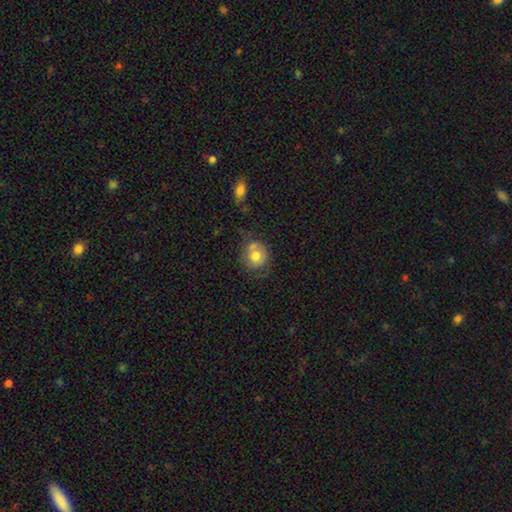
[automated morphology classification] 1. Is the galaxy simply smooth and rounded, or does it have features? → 73% smooth, 18% featured or disk, 9% star or artifact.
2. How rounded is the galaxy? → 81% round, 18% in between, 1% cigar-shaped.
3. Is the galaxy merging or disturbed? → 52% none, 21% minor disturbance, 18% merger, 9% major disturbance.